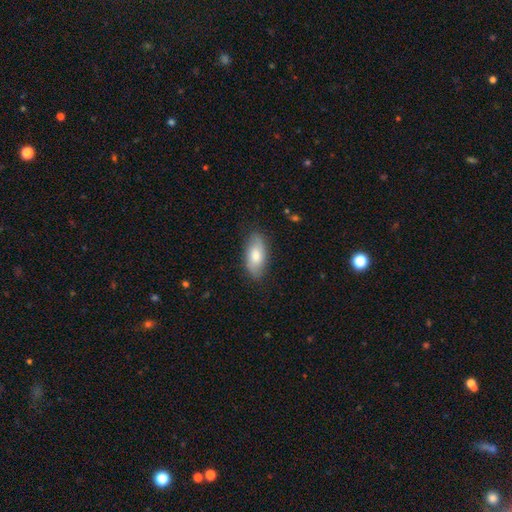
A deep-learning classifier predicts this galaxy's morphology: This appears to be a smooth galaxy with no disk features (73%) that is in between round and cigar-shaped (89%). Merging: none (82%).